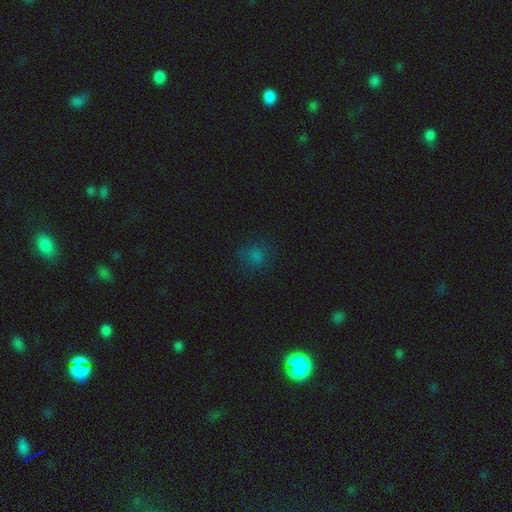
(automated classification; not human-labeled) Overall: smooth (66%; star or artifact 26%). How rounded: round (83%). Merging: none (78%).